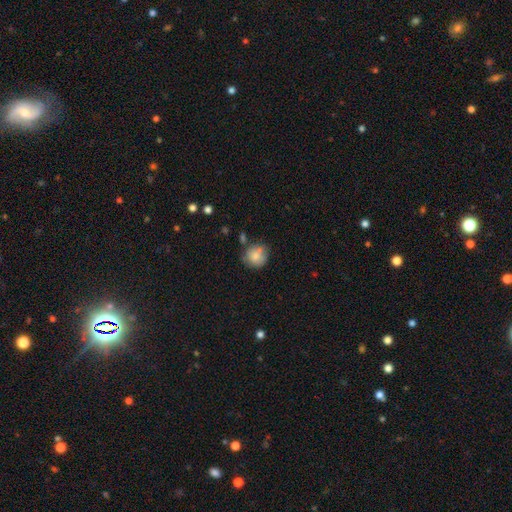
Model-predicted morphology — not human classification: The model was most divided on "merging": none: 58%, minor disturbance: 25%, merger: 10%, major disturbance: 7%. More confident: how rounded — round (84%); smooth or featured — smooth (77%).